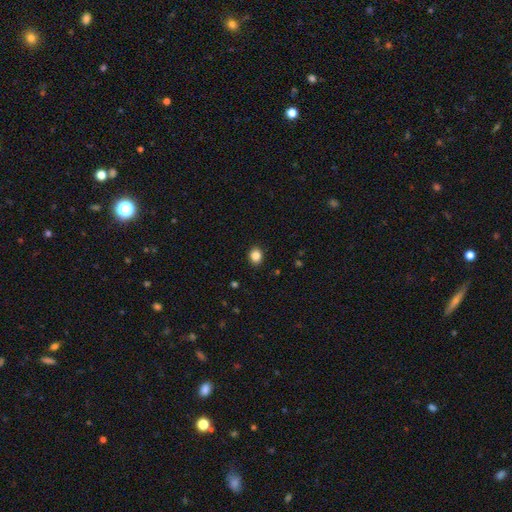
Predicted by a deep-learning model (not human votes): smooth-or-featured: smooth: 86% | star or artifact: 10% | featured or disk: 5%
  how-rounded: round: 51% | in between: 48% | cigar-shaped: 1%
  merging: none: 90% | minor disturbance: 7% | major disturbance: 2% | merger: 1%